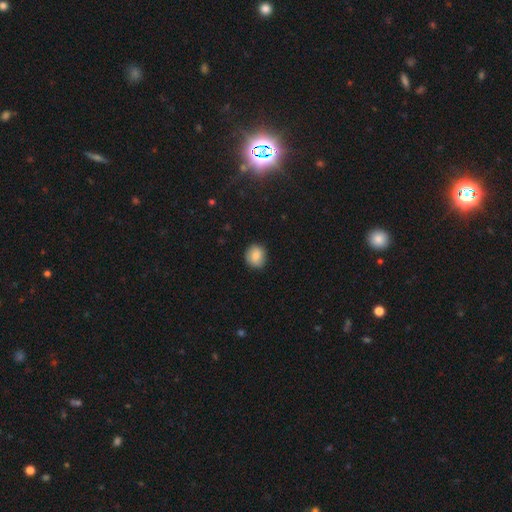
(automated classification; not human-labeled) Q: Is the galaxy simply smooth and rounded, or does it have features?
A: smooth — 82%.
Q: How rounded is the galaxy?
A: round — 82%.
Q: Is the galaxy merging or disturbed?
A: none — 85%.